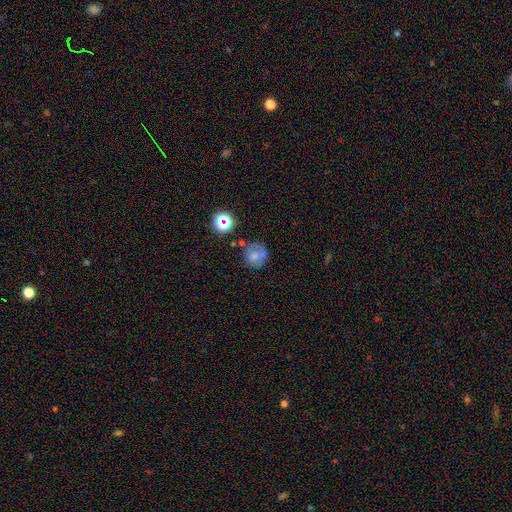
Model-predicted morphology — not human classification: smooth-or-featured: smooth: 59% | featured or disk: 27% | star or artifact: 15%
  how-rounded: round: 83% | in between: 16% | cigar-shaped: 1%
  merging: none: 56% | minor disturbance: 20% | merger: 12% | major disturbance: 11%